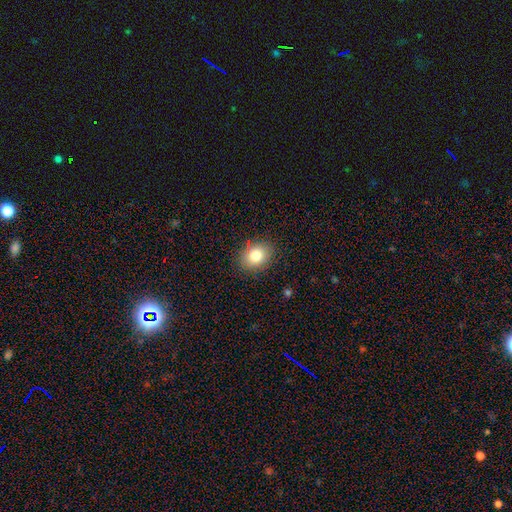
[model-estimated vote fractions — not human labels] Smooth or featured: smooth — 80% (star or artifact — 10%)
How rounded: in between — 53% (round — 46%)
Merging: none — 86% (minor disturbance — 10%)